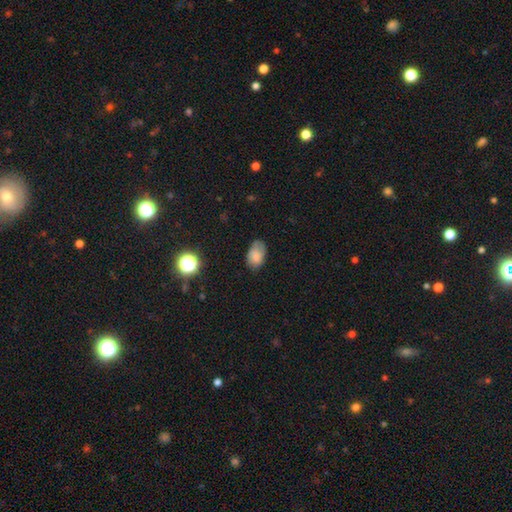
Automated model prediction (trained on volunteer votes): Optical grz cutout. It shows a smooth galaxy with no disk features (76%) that is in between round and cigar-shaped (89%). Merging: none (66%).